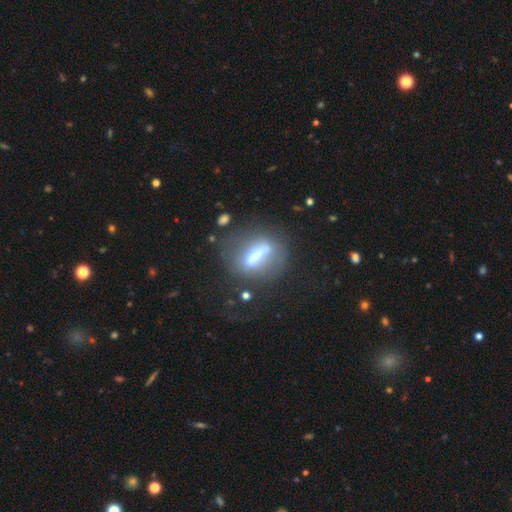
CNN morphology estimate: A featured or disk galaxy (51%). Merging: none (68%).